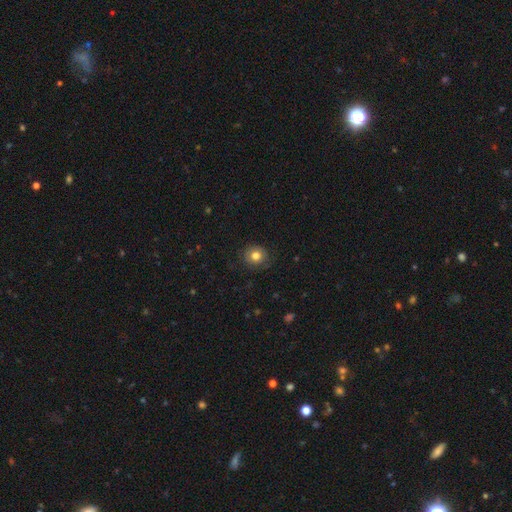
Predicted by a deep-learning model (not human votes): Smooth or featured? smooth (79%)
How rounded? round (84%)
Merging? none (84%)